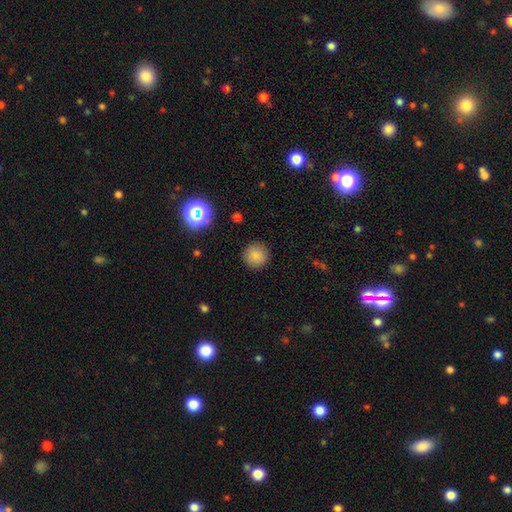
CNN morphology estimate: A smooth galaxy with no disk features (83%) that is round (95%).

Vote fractions:
- Smooth or featured? smooth: 83% / star or artifact: 12% / featured or disk: 5%
- How rounded? round: 95% / in between: 4% / cigar-shaped: 1%
- Merging? none: 90% / minor disturbance: 6% / major disturbance: 2% / merger: 1%